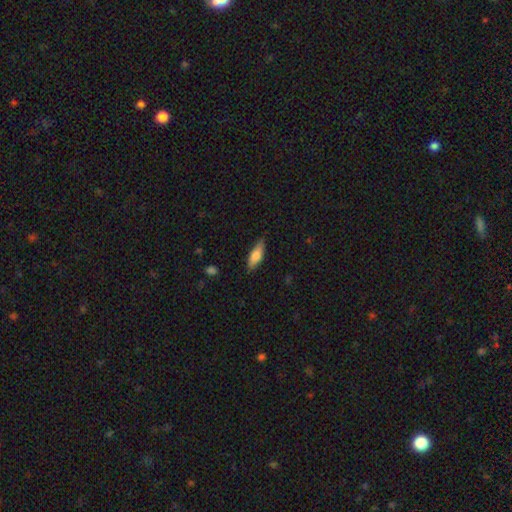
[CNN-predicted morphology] This is likely a smooth galaxy (71%). How rounded: possibly in between (58%). Merging: clearly none (82%).